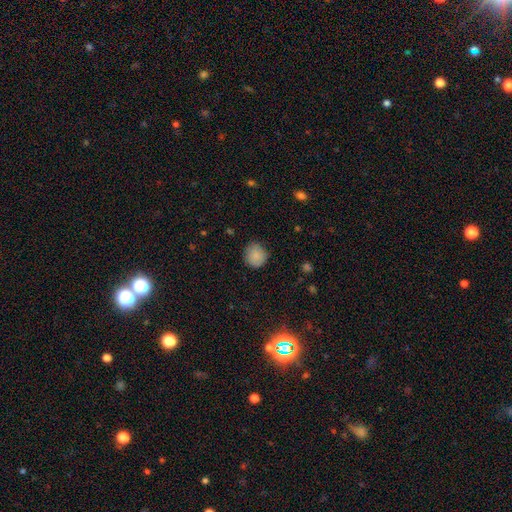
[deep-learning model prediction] Overall: smooth (87%). How rounded: round (88%). Merging: none (82%).